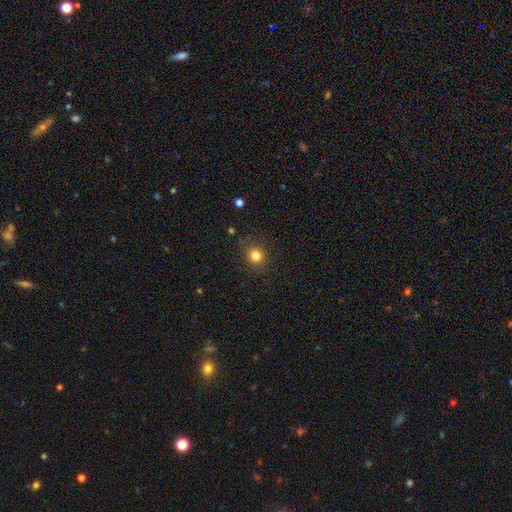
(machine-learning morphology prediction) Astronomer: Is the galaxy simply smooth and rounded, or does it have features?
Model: smooth — 82%.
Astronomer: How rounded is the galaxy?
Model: round — 83%.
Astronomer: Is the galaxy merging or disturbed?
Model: none — 85%.